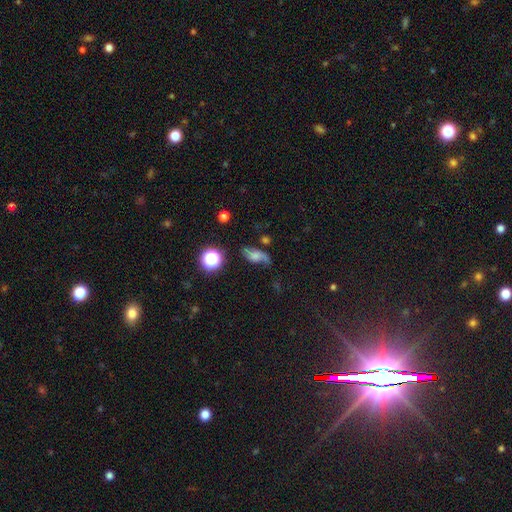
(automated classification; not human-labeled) Smooth or featured: featured or disk — 44% (smooth — 41%)
Merging: none — 53% (minor disturbance — 27%)